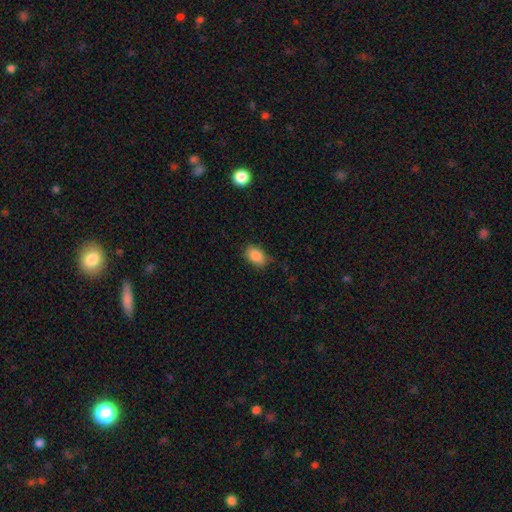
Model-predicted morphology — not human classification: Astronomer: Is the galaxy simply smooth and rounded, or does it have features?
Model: smooth — 88%.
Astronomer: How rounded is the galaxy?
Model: in between — 85%.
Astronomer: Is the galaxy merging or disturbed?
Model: none — 74%.